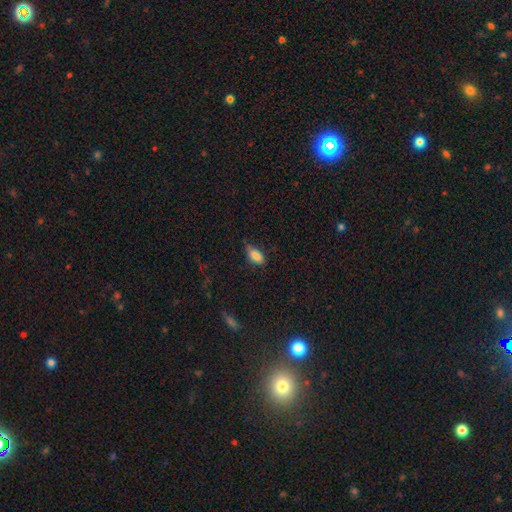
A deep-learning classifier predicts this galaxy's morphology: Q: Smooth or featured?
A: smooth (83%); runner-up: star or artifact (9%)
Q: How rounded?
A: in between (88%); runner-up: cigar-shaped (8%)
Q: Merging?
A: none (61%); runner-up: minor disturbance (31%)